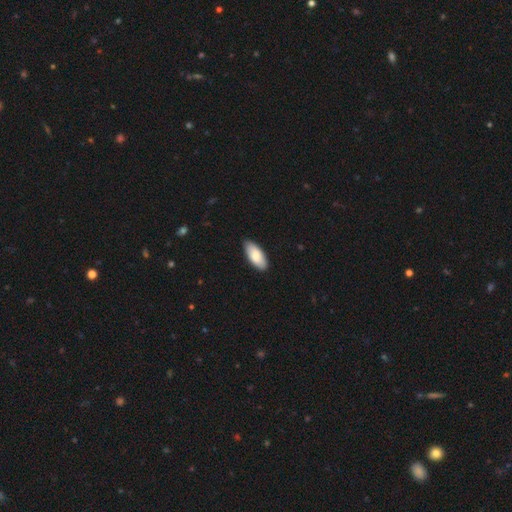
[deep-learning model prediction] smooth-or-featured: smooth: 83% | featured or disk: 12% | star or artifact: 5%
  how-rounded: in between: 88% | cigar-shaped: 11% | round: 2%
  merging: none: 87% | minor disturbance: 11% | major disturbance: 2% | merger: 1%